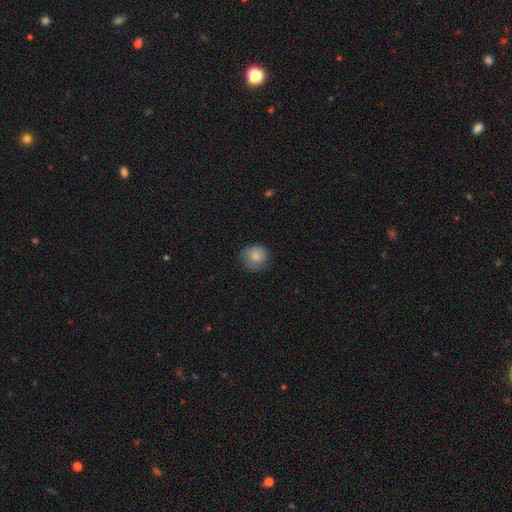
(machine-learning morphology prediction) smooth_or_featured: smooth (p=0.83) [alt: featured or disk p=0.09]
how_rounded: round (p=0.86) [alt: in between p=0.13]
merging: none (p=0.74) [alt: minor disturbance p=0.20]